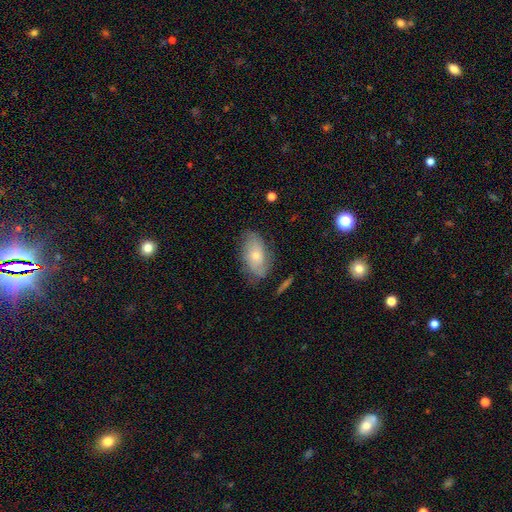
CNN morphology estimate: A featured or disk galaxy (49%).

Vote fractions:
- Smooth or featured? featured or disk: 49% / smooth: 43% / star or artifact: 9%
- Merging? none: 72% / minor disturbance: 21% / major disturbance: 6% / merger: 2%